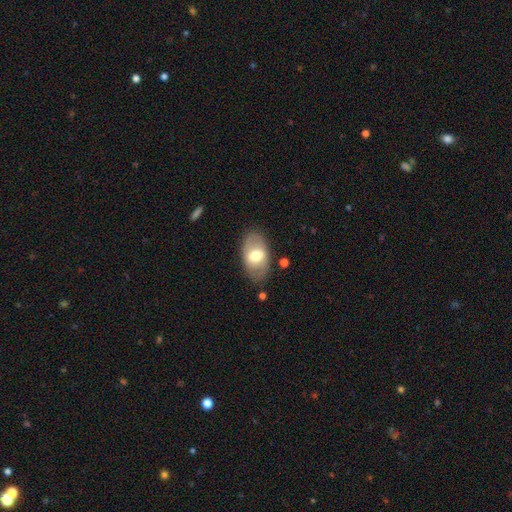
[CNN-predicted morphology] type=smooth (57%); roundness=in between (91%); merging=none (79%).